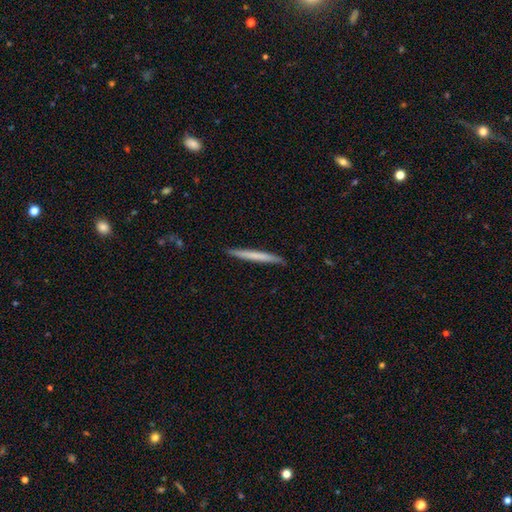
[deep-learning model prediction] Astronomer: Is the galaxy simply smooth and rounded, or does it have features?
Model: smooth — 62%.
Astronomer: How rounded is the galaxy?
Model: cigar-shaped — 97%.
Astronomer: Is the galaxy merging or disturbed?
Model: none — 92%.